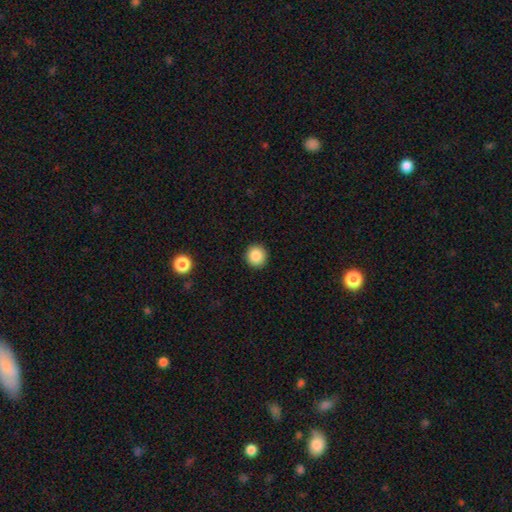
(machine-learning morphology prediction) Overall: smooth (87%). How rounded: round (93%). Merging: none (92%).